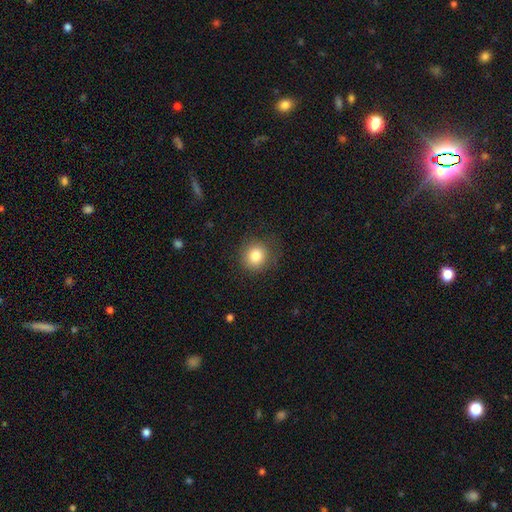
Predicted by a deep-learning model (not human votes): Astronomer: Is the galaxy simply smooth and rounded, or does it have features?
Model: smooth — 82%.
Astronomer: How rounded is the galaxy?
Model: round — 89%.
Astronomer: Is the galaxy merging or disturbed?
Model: none — 83%.